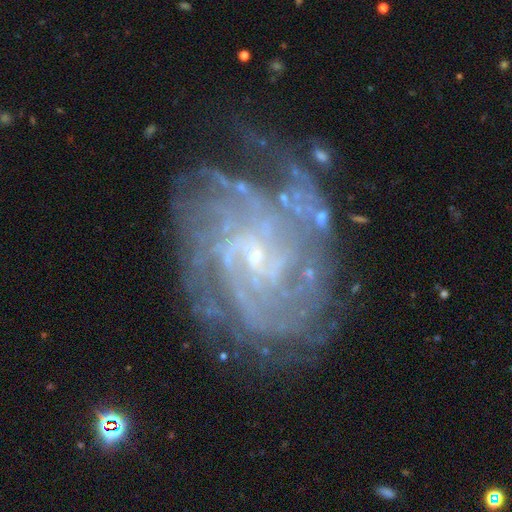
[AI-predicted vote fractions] Smooth or featured?
  - featured or disk: 89% *
  - star or artifact: 6%
  - smooth: 5%
Edge-on disk?
  - no: 98% *
  - yes: 2%
Bar?
  - no: 52% *
  - weak: 38%
  - strong: 10%
Spiral arms?
  - yes: 96% *
  - no: 4%
Spiral winding?
  - tight: 61% *
  - medium: 31%
  - loose: 8%
Spiral arm count?
  - can't tell: 28% *
  - 4: 20%
  - more than 4: 18%
  - 3: 13%
  - 2: 12%
  - 1: 8%
Bulge size?
  - small: 84% *
  - moderate: 9%
  - none: 5%
  - large: 1%
  - dominant: 1%
Merging?
  - none: 65% *
  - minor disturbance: 20%
  - major disturbance: 13%
  - merger: 2%